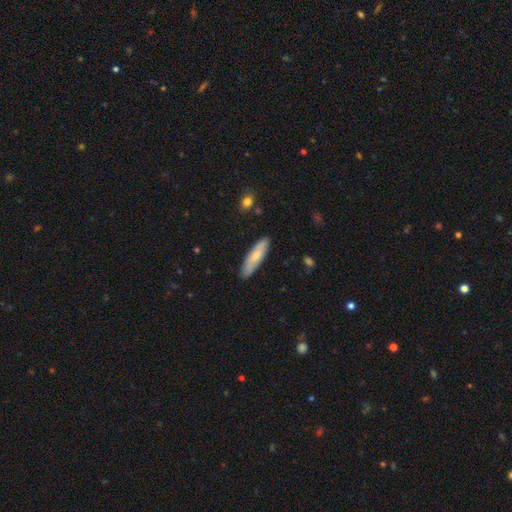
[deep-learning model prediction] Q: Smooth or featured?
A: smooth (70%); runner-up: featured or disk (25%)
Q: How rounded?
A: cigar-shaped (69%); runner-up: in between (29%)
Q: Merging?
A: none (88%); runner-up: minor disturbance (9%)